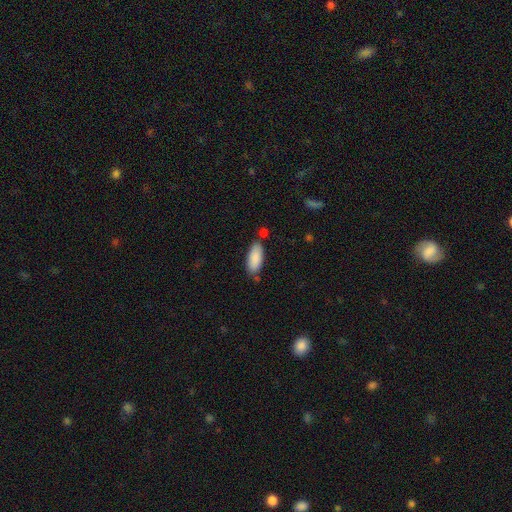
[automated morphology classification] A smooth galaxy with no disk features (88%) that is in between round and cigar-shaped (80%).

Vote fractions:
- Smooth or featured? smooth: 88% / star or artifact: 6% / featured or disk: 6%
- How rounded? in between: 80% / cigar-shaped: 18% / round: 2%
- Merging? none: 73% / minor disturbance: 16% / merger: 7% / major disturbance: 3%